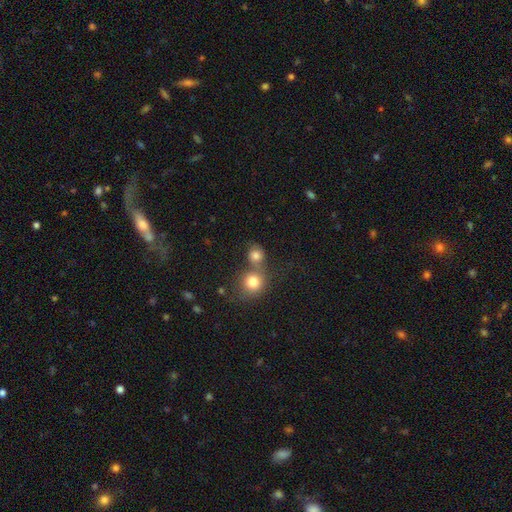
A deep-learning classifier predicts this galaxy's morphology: A smooth galaxy with no disk features (79%) that is round (80%). Merging: merger (45%).